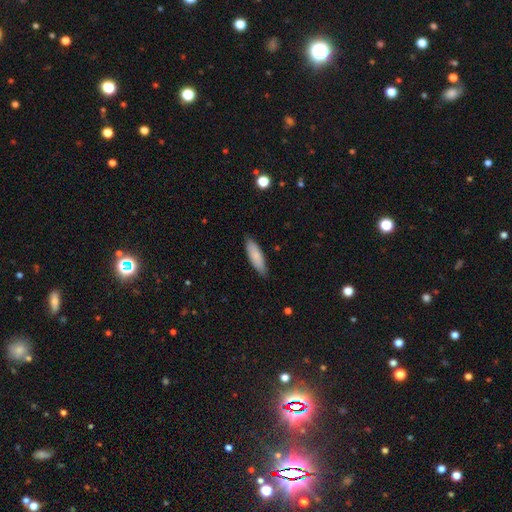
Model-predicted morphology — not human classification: Q: Smooth or featured?
A: smooth (83%); runner-up: featured or disk (11%)
Q: How rounded?
A: cigar-shaped (54%); runner-up: in between (44%)
Q: Merging?
A: none (86%); runner-up: minor disturbance (11%)